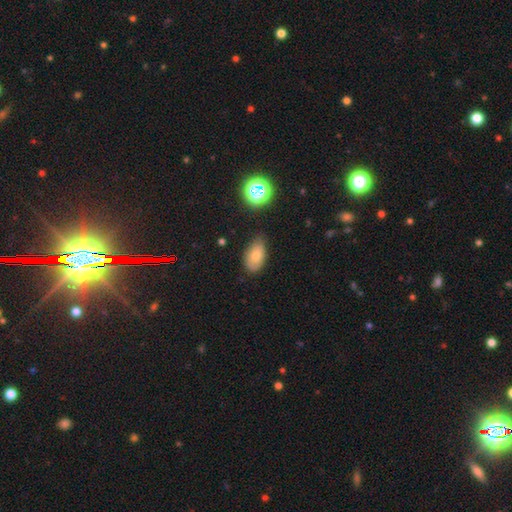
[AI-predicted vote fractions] smooth_or_featured: smooth (p=0.74) [alt: featured or disk p=0.14]
how_rounded: in between (p=0.89) [alt: round p=0.09]
merging: none (p=0.66) [alt: minor disturbance p=0.27]